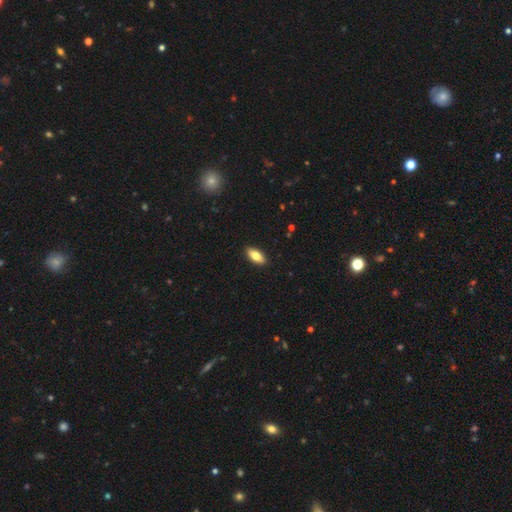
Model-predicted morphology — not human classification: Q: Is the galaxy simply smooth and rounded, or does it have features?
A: smooth — 77%.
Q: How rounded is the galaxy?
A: in between — 86%.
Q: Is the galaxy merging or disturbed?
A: none — 90%.